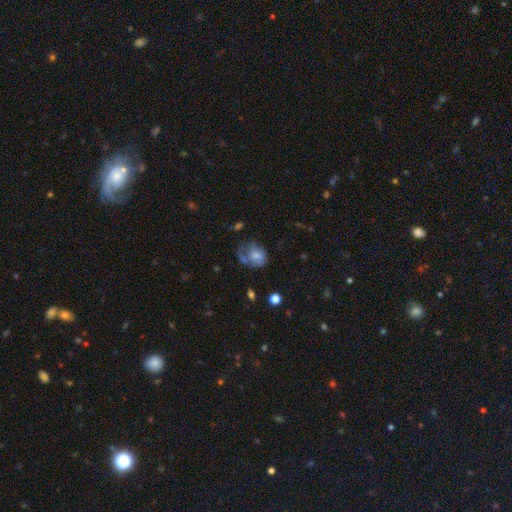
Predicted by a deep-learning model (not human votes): The model was most divided on "merging": none: 35%, minor disturbance: 28%, major disturbance: 25%, merger: 12%. More confident: smooth or featured — smooth (61%); how rounded — in between (54%).